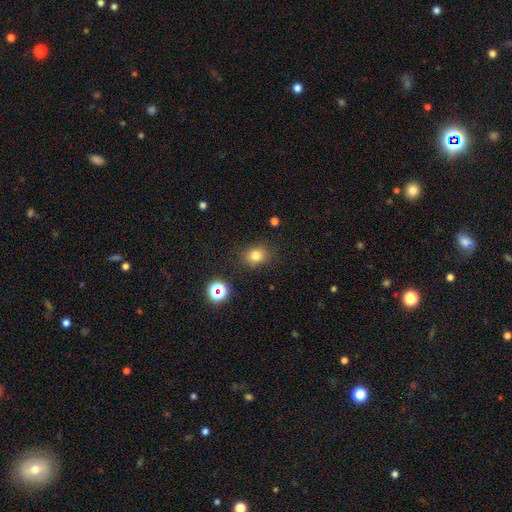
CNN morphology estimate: Q: Smooth or featured?
A: smooth (77%); runner-up: star or artifact (16%)
Q: How rounded?
A: round (56%); runner-up: in between (43%)
Q: Merging?
A: none (84%); runner-up: minor disturbance (10%)